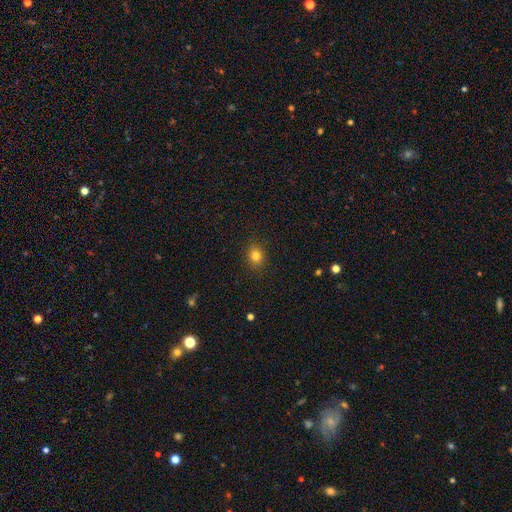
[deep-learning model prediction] The model was most divided on "how rounded": round: 57%, in between: 42%, cigar-shaped: 1%. More confident: merging — none (89%); smooth or featured — smooth (82%).